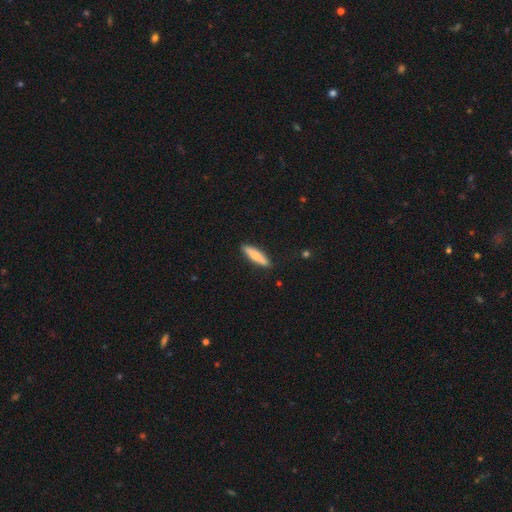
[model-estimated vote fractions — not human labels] Smooth or featured: smooth — 68% (featured or disk — 26%)
How rounded: cigar-shaped — 81% (in between — 18%)
Merging: none — 90% (minor disturbance — 8%)